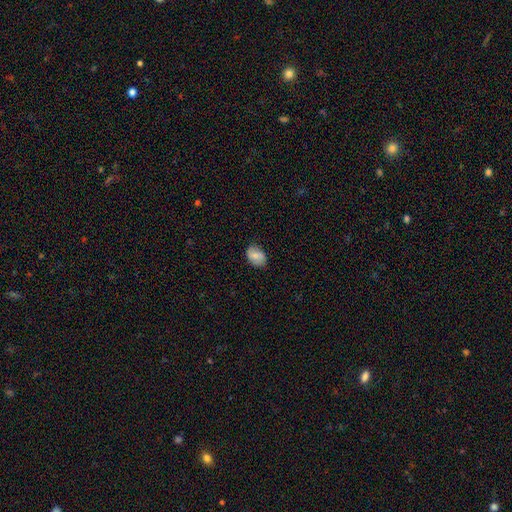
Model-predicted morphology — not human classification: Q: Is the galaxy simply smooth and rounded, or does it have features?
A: smooth — 65%.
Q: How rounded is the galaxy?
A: in between — 78%.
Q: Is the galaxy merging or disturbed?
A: none — 79%.